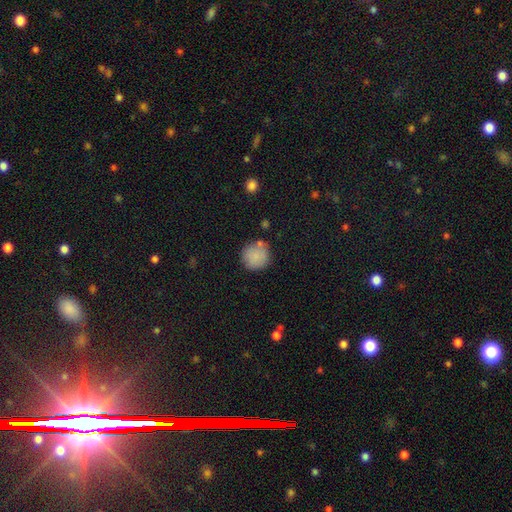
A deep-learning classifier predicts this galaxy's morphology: A smooth galaxy with no disk features (85%) that is round (92%).

Vote fractions:
- Smooth or featured? smooth: 85% / star or artifact: 8% / featured or disk: 7%
- How rounded? round: 92% / in between: 7% / cigar-shaped: 1%
- Merging? none: 74% / minor disturbance: 15% / merger: 8% / major disturbance: 4%